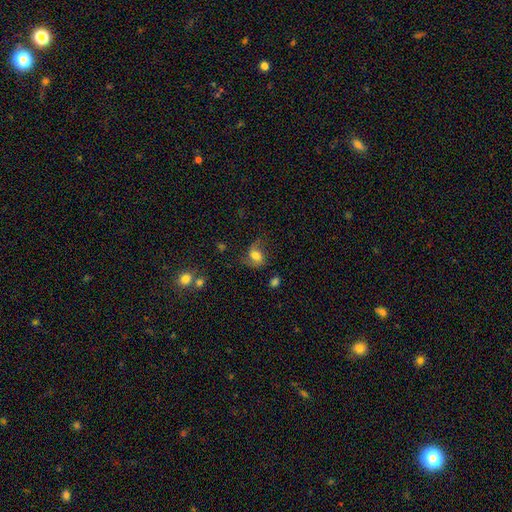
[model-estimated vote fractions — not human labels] The model was most divided on "smooth or featured": smooth: 52%, featured or disk: 38%, star or artifact: 10%. Remaining: how rounded — in between (61%); merging — none (49%).